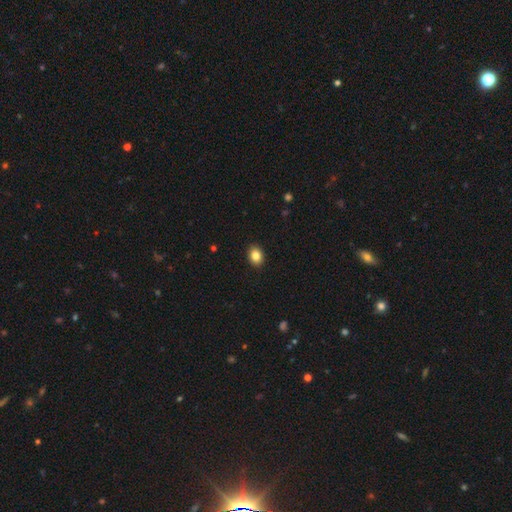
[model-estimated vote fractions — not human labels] Smooth or featured?
  - smooth: 85% *
  - star or artifact: 9%
  - featured or disk: 6%
How rounded?
  - in between: 64% *
  - round: 35%
  - cigar-shaped: 1%
Merging?
  - none: 91% *
  - minor disturbance: 7%
  - major disturbance: 2%
  - merger: 1%